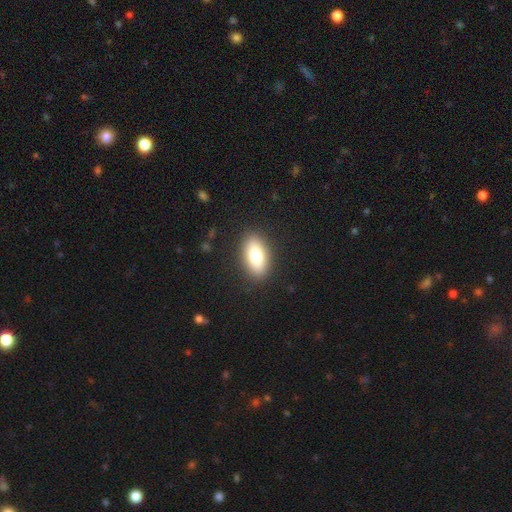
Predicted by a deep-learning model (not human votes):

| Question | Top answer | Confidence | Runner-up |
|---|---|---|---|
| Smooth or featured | smooth | 76% | featured or disk (16%) |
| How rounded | in between | 87% | cigar-shaped (8%) |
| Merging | none | 88% | minor disturbance (8%) |